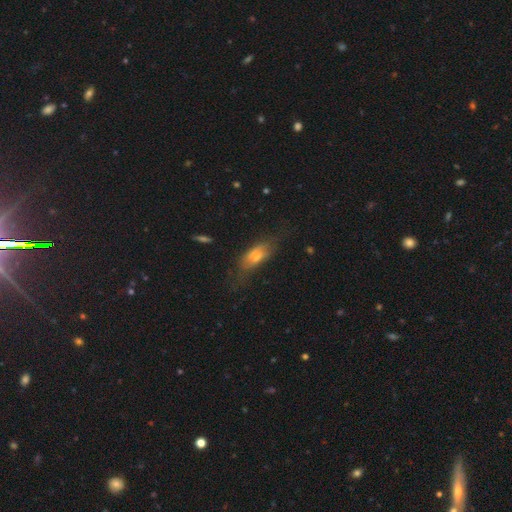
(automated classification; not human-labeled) Morphology: type=smooth (58%); roundness=in between (69%); merging=none (56%).